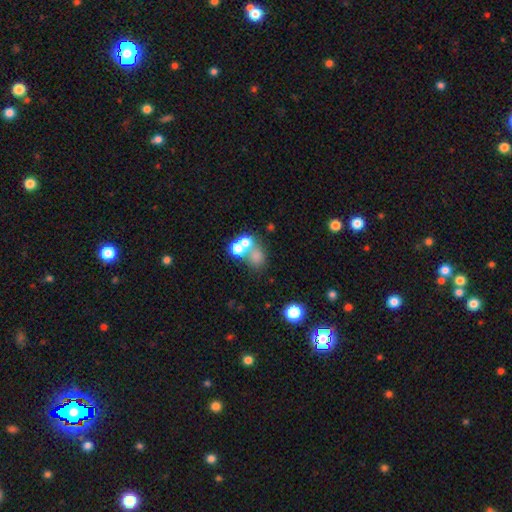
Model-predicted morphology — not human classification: A smooth galaxy with no disk features (64%) that is round (70%). Merging: merger (54%).